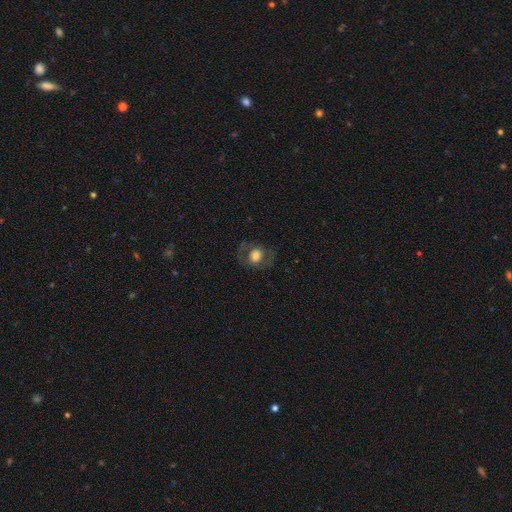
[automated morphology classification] A smooth galaxy with no disk features (56%) that is round (62%).

Vote fractions:
- Smooth or featured? smooth: 56% / featured or disk: 35% / star or artifact: 8%
- How rounded? round: 62% / in between: 37% / cigar-shaped: 1%
- Merging? none: 72% / minor disturbance: 14% / major disturbance: 12% / merger: 1%